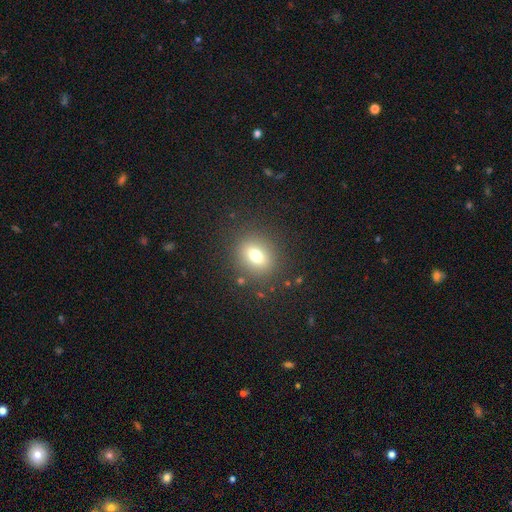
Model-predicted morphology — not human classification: This appears to be a smooth galaxy with no disk features (73%) that is round (54%). Merging: none (85%).